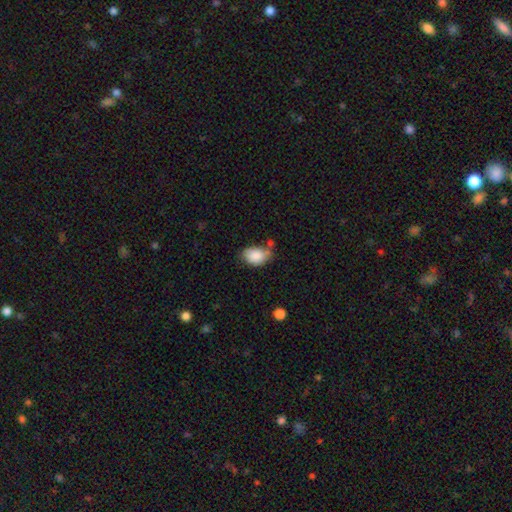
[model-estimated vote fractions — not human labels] smooth-or-featured: smooth: 86% | star or artifact: 8% | featured or disk: 6%
  how-rounded: in between: 79% | round: 19% | cigar-shaped: 1%
  merging: none: 53% | minor disturbance: 28% | merger: 12% | major disturbance: 7%